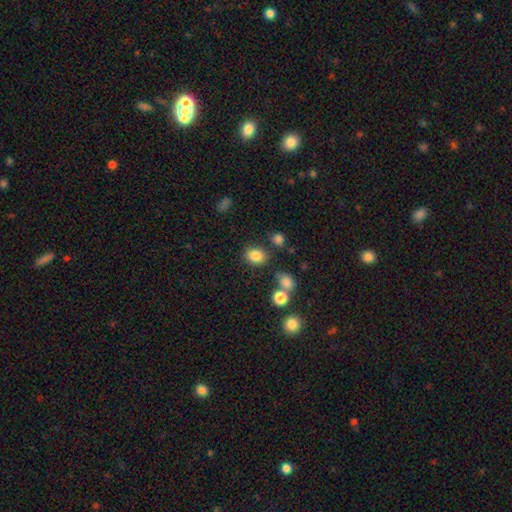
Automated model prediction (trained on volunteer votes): Smooth or featured: smooth — 83% (star or artifact — 11%)
How rounded: round — 52% (in between — 47%)
Merging: none — 78% (minor disturbance — 11%)